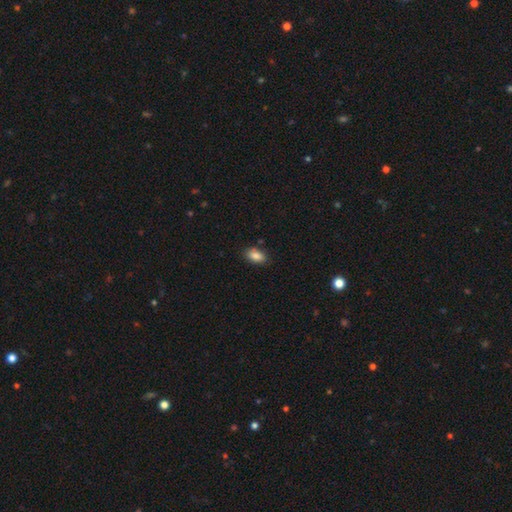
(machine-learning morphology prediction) Smooth or featured: smooth — 86% (star or artifact — 8%)
How rounded: in between — 90% (round — 7%)
Merging: none — 81% (minor disturbance — 13%)